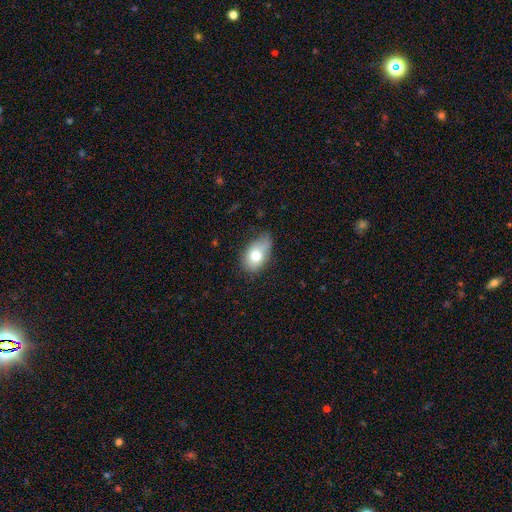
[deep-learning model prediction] A smooth galaxy with no disk features (74%) that is in between round and cigar-shaped (85%).

Vote fractions:
- Smooth or featured? smooth: 74% / featured or disk: 18% / star or artifact: 9%
- How rounded? in between: 85% / round: 13% / cigar-shaped: 2%
- Merging? none: 52% / minor disturbance: 36% / major disturbance: 10% / merger: 2%